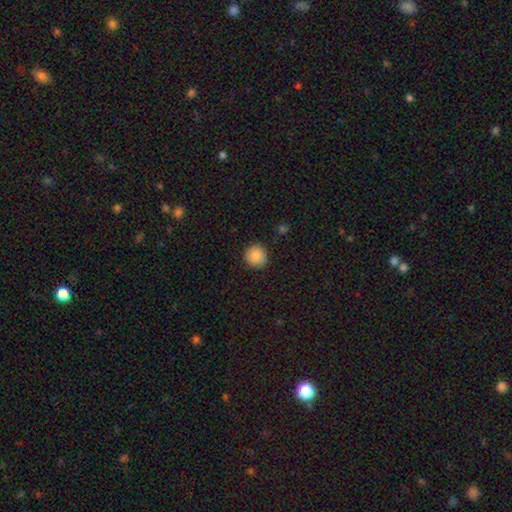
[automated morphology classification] Q: Smooth or featured?
A: smooth (87%); runner-up: star or artifact (9%)
Q: How rounded?
A: round (93%); runner-up: in between (6%)
Q: Merging?
A: none (90%); runner-up: minor disturbance (7%)